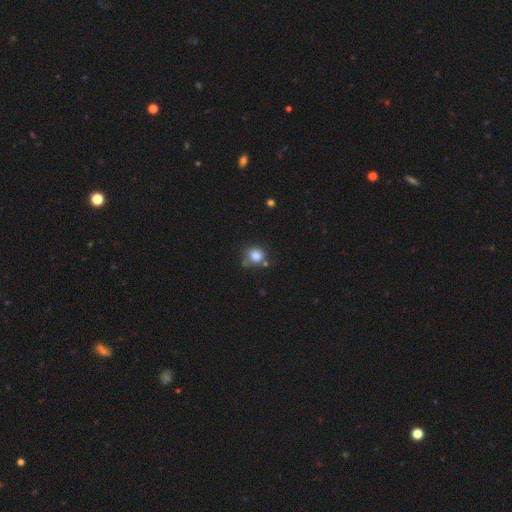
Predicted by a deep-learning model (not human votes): The model was most divided on "merging": none: 57%, minor disturbance: 23%, merger: 12%, major disturbance: 8%. More confident: smooth or featured — smooth (82%); how rounded — round (79%).